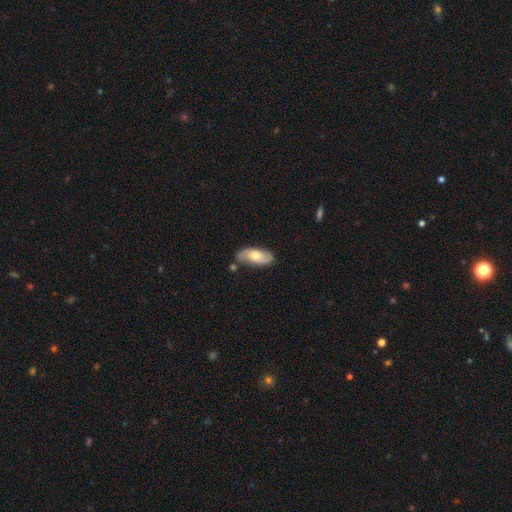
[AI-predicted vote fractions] Q: Smooth or featured?
A: featured or disk (55%); runner-up: smooth (39%)
Q: Edge-on disk?
A: no (90%); runner-up: yes (10%)
Q: Merging?
A: none (67%); runner-up: minor disturbance (20%)